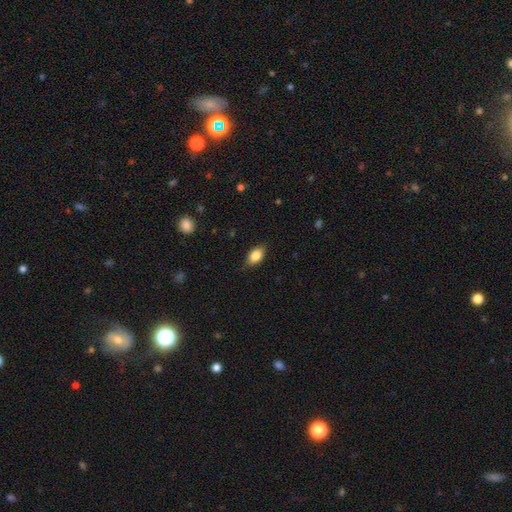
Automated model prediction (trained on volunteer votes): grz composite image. It shows a smooth galaxy with no disk features (84%) that is in between round and cigar-shaped (88%). Merging: none (82%).